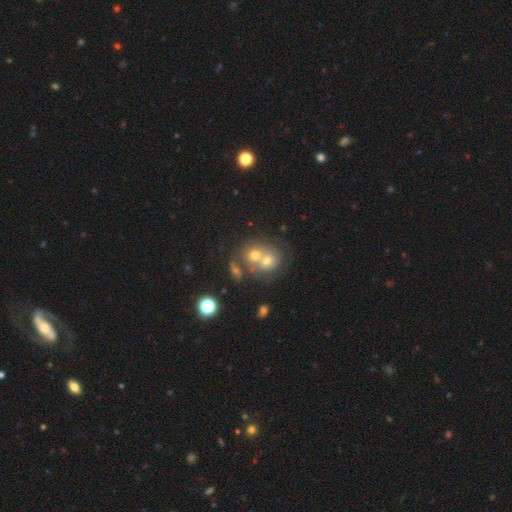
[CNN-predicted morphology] The model was most divided on "smooth or featured": smooth: 48%, featured or disk: 32%, star or artifact: 19%. More confident: merging — merger (60%).